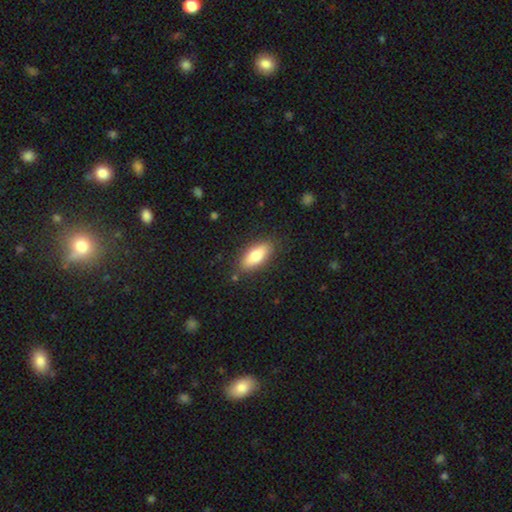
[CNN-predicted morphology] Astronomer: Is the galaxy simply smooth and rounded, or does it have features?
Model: smooth — 75%.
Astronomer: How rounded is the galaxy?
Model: in between — 74%.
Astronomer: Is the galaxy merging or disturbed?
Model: none — 85%.